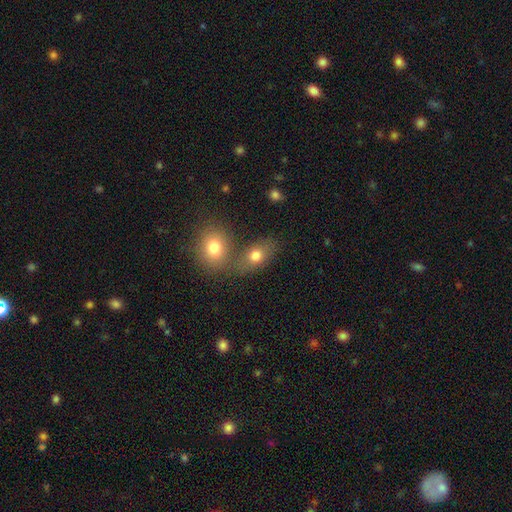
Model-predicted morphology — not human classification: This is likely a smooth galaxy (76%). How rounded: possibly in between (59%). Merging: possibly none (47%).